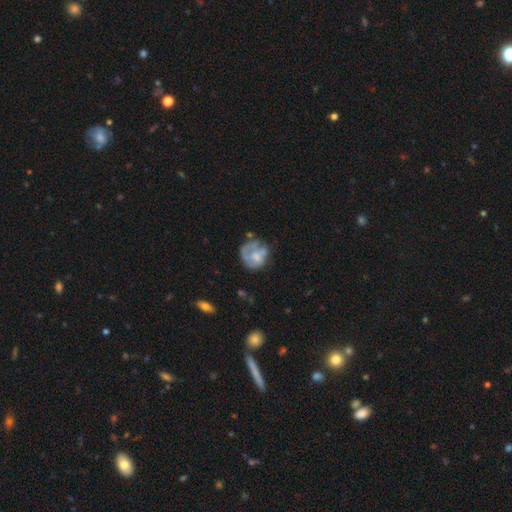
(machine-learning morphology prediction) type=featured or disk (47%); merging=none (43%).